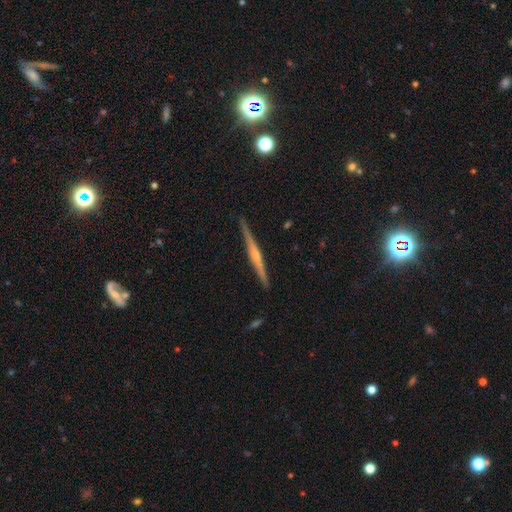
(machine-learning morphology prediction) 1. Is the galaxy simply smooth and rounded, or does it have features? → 75% featured or disk, 20% smooth, 5% star or artifact.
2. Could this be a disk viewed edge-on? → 98% yes, 2% no.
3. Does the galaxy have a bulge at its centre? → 64% rounded, 24% none, 13% boxy.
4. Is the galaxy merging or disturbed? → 91% none, 7% minor disturbance, 1% major disturbance, 1% merger.